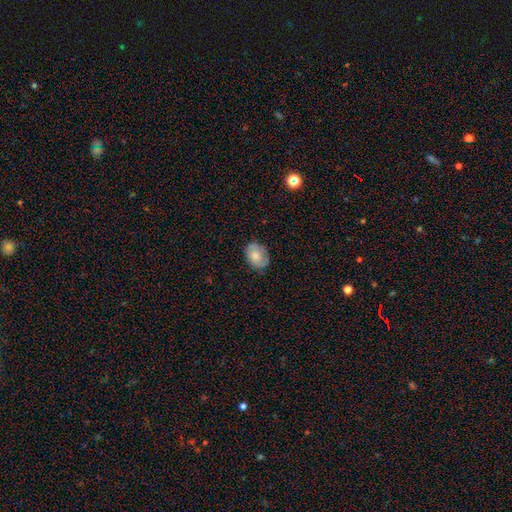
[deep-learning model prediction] Smooth or featured: smooth — 71% (featured or disk — 22%)
How rounded: in between — 75% (round — 24%)
Merging: none — 75% (minor disturbance — 19%)